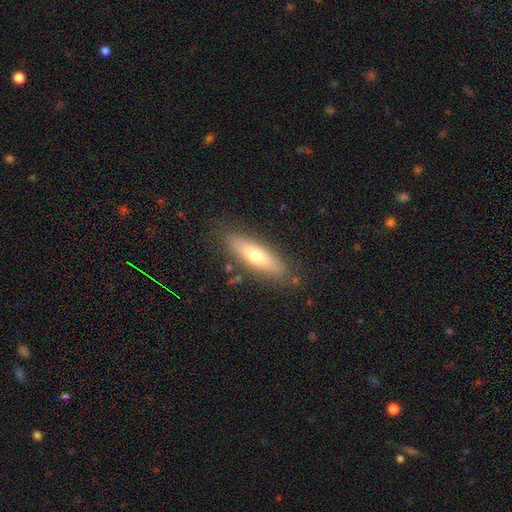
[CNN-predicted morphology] A smooth galaxy with no disk features (62%) that is cigar-shaped (57%). Merging: none (83%).